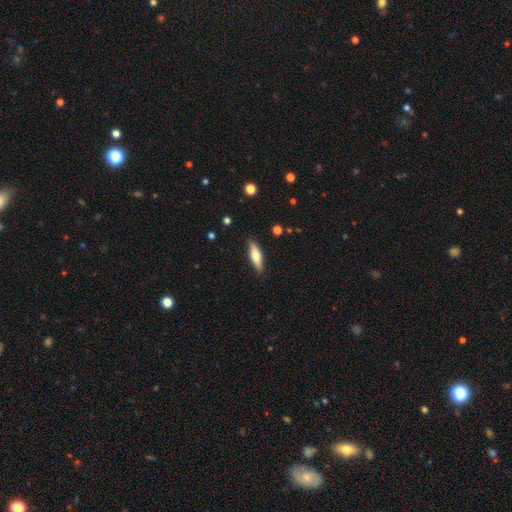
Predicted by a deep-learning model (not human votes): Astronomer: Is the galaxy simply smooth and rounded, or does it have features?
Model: smooth — 59% (runner-up: featured or disk, 35%).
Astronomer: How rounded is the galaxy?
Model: cigar-shaped — 59% (runner-up: in between, 39%).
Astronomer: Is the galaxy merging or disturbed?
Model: none — 87%.